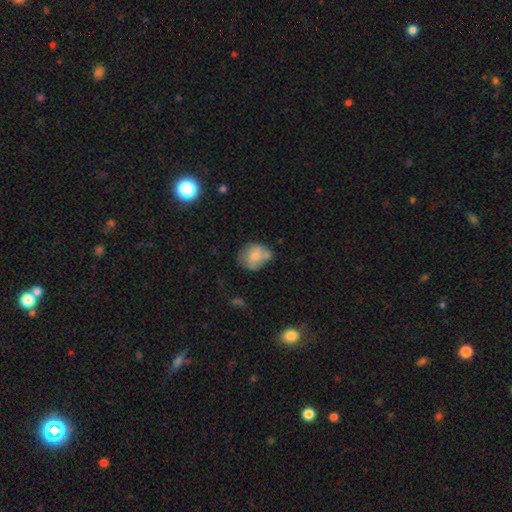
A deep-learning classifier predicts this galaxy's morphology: smooth 66%, featured or disk 25%, star or artifact 8%. Down the decision tree: how rounded — round (63%); merging — none (43%).